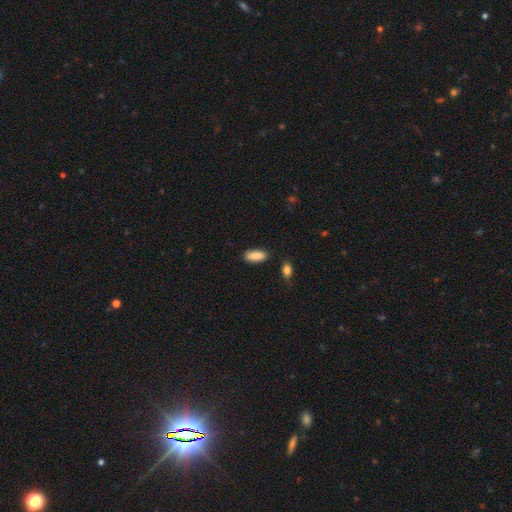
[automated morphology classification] smooth_or_featured: smooth (p=0.88) [alt: star or artifact p=0.06]
how_rounded: in between (p=0.83) [alt: cigar-shaped p=0.15]
merging: none (p=0.85) [alt: minor disturbance p=0.10]